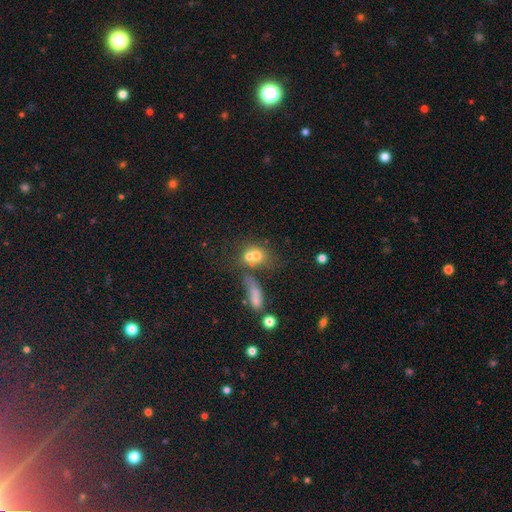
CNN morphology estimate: type=smooth (64%); roundness=round (59%); merging=merger (52%).